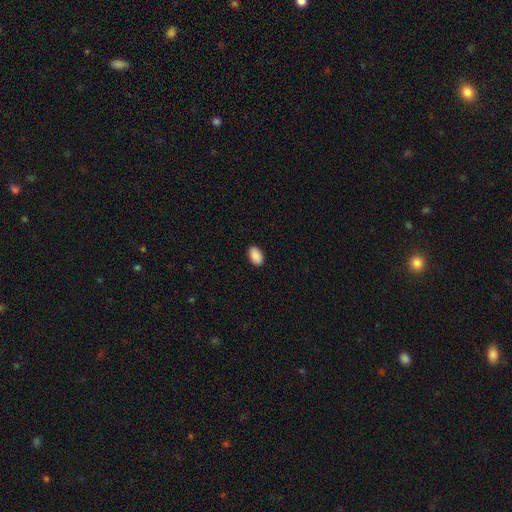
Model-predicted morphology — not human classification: Smooth or featured? Predicted: smooth (p=0.91). How rounded? Predicted: in between (p=0.93). Merging? Predicted: none (p=0.90).